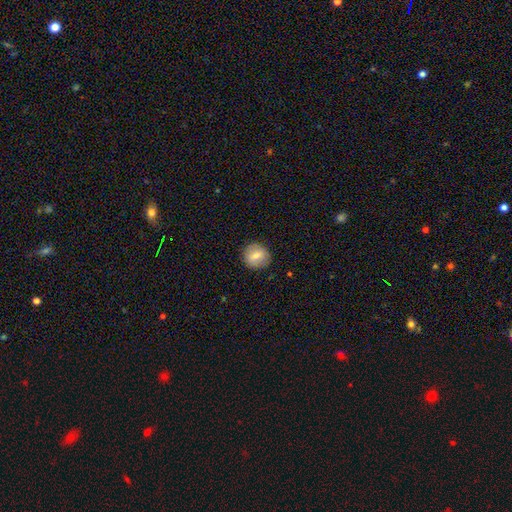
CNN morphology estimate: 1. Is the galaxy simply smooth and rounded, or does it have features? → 68% smooth, 24% featured or disk, 8% star or artifact.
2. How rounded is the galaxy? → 86% round, 13% in between, 1% cigar-shaped.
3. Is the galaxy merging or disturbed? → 88% none, 9% minor disturbance, 2% major disturbance, 1% merger.